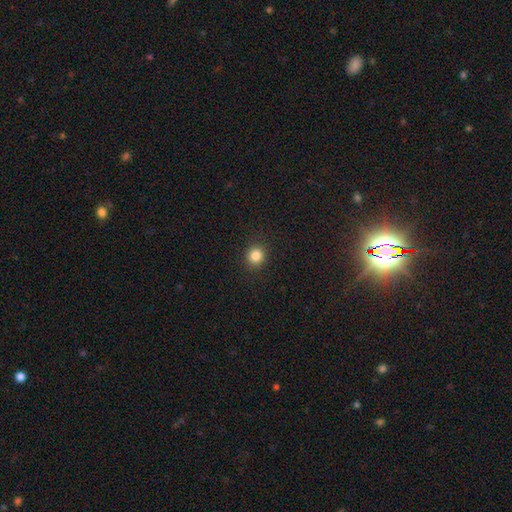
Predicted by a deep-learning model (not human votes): Morphology: type=smooth (85%); roundness=round (88%); merging=none (91%).